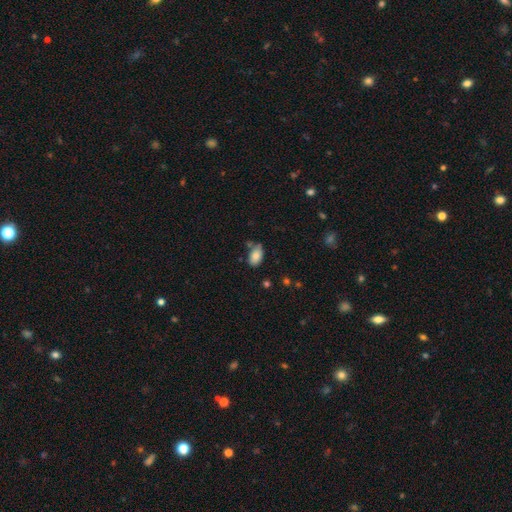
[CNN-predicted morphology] Overall: smooth (84%). How rounded: in between (93%). Merging: none (61%; minor disturbance 23%).